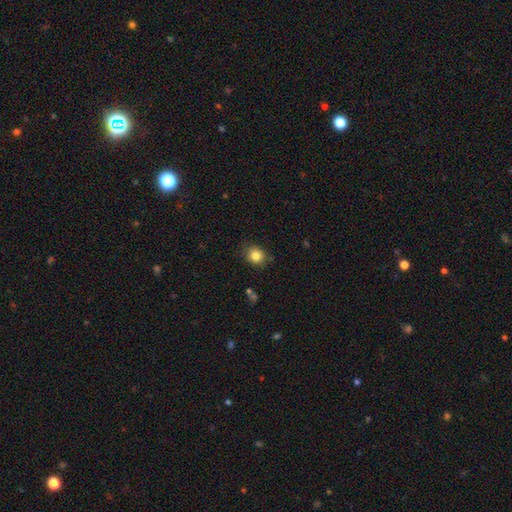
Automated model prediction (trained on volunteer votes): Smooth or featured? smooth (83%)
How rounded? round (71%)
Merging? none (79%)